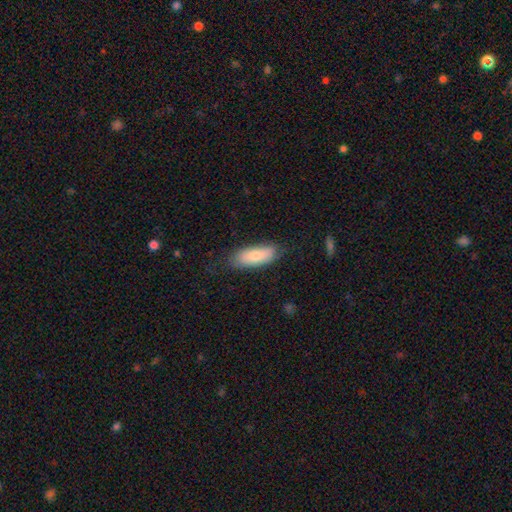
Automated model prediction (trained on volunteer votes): A smooth galaxy with no disk features (79%) that is in between round and cigar-shaped (77%). Merging: none (73%).